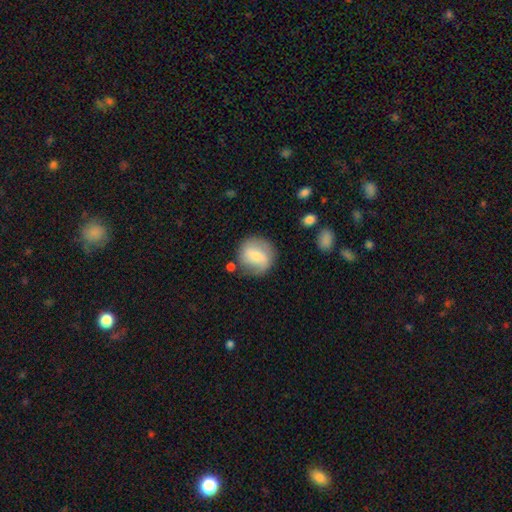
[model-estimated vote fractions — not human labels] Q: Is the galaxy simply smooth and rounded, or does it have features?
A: smooth — 56%.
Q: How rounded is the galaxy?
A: round — 85%.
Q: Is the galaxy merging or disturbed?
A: none — 72%.